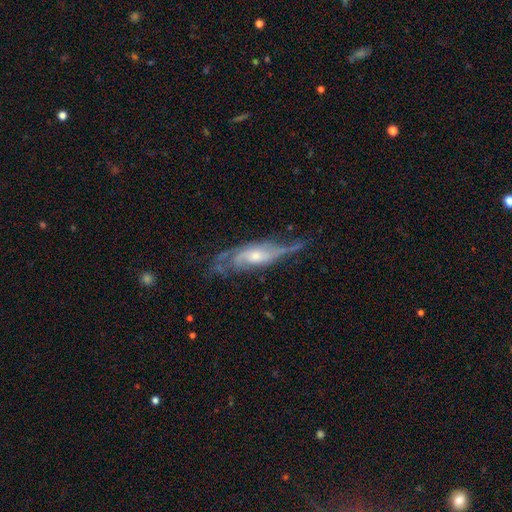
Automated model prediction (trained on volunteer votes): Overall: featured or disk (83%). Edge-on disk: no (79%). Bar: no (60%; weak 32%). Spiral arms: yes (92%). Spiral arm count: 2 (51%; can't tell 25%). Spiral winding: medium (43%; loose 29%). Bulge size: moderate (48%; small 46%). Merging: none (56%; minor disturbance 26%).